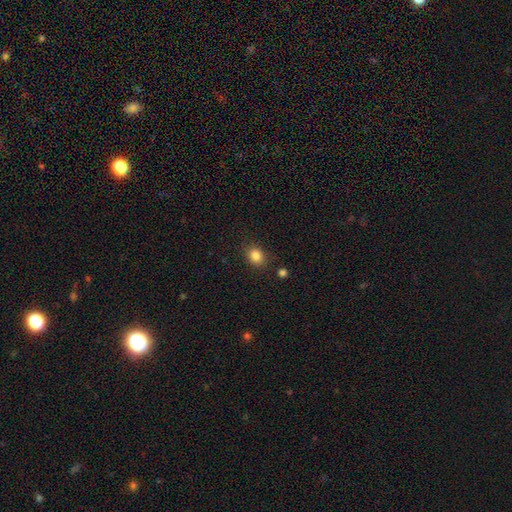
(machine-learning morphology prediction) type=smooth (85%); roundness=round (55%); merging=none (83%).